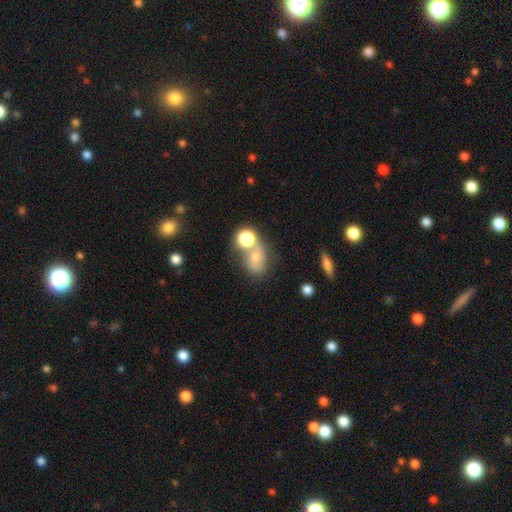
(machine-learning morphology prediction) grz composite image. It shows a smooth galaxy with no disk features (56%) that is in between round and cigar-shaped (53%). Merging: none (42%).